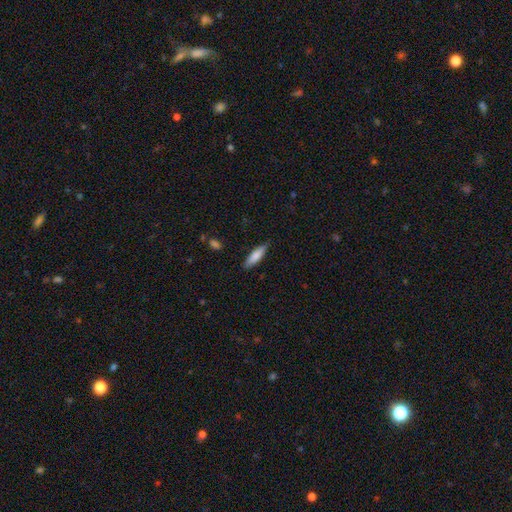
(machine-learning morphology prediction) Q: Smooth or featured?
A: smooth (78%); runner-up: featured or disk (16%)
Q: How rounded?
A: cigar-shaped (66%); runner-up: in between (33%)
Q: Merging?
A: none (84%); runner-up: minor disturbance (12%)